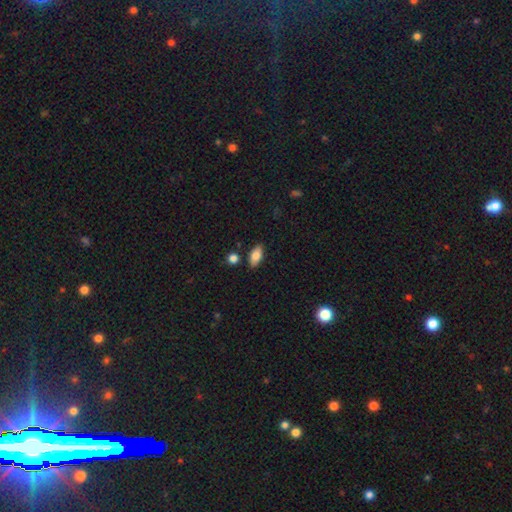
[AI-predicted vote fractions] smooth-or-featured: smooth: 81% | featured or disk: 12% | star or artifact: 7%
  how-rounded: in between: 89% | cigar-shaped: 7% | round: 4%
  merging: none: 84% | minor disturbance: 10% | merger: 4% | major disturbance: 2%